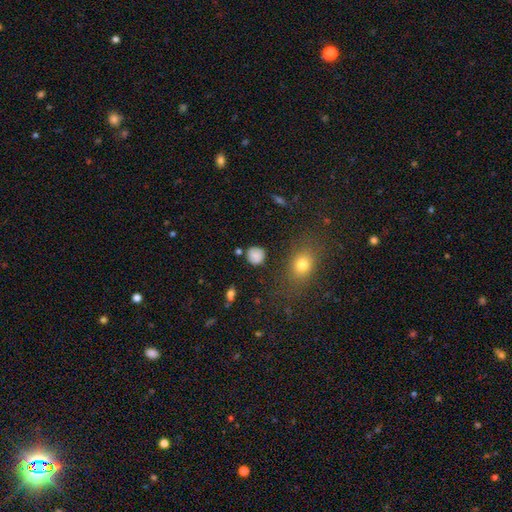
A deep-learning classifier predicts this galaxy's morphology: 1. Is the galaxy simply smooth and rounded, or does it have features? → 82% smooth, 12% star or artifact, 6% featured or disk.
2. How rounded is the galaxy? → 88% round, 10% in between, 1% cigar-shaped.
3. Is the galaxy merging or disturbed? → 79% none, 13% minor disturbance, 4% major disturbance, 3% merger.